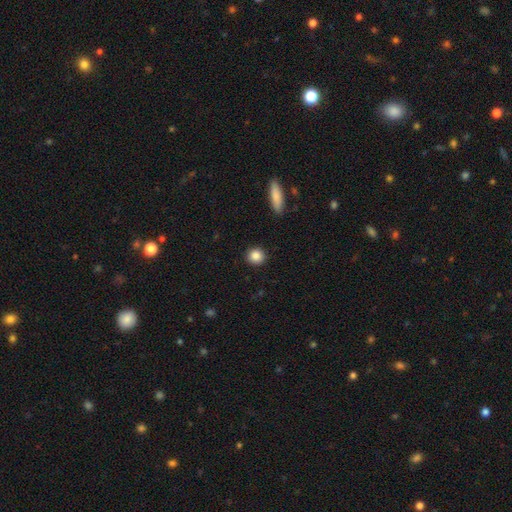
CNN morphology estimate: A smooth galaxy with no disk features (86%) that is round (89%). Merging: none (91%).